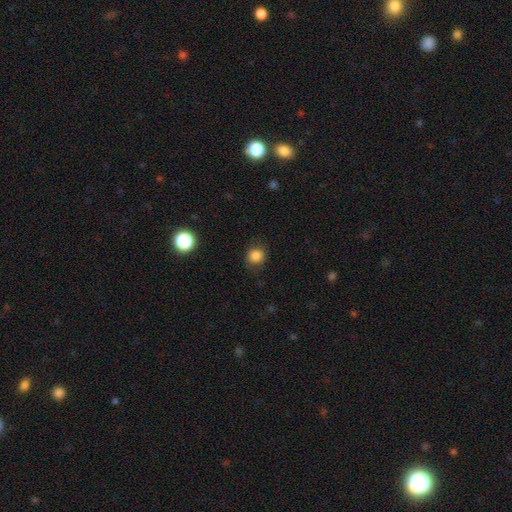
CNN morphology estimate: Overall: smooth (84%). How rounded: round (82%). Merging: none (81%).